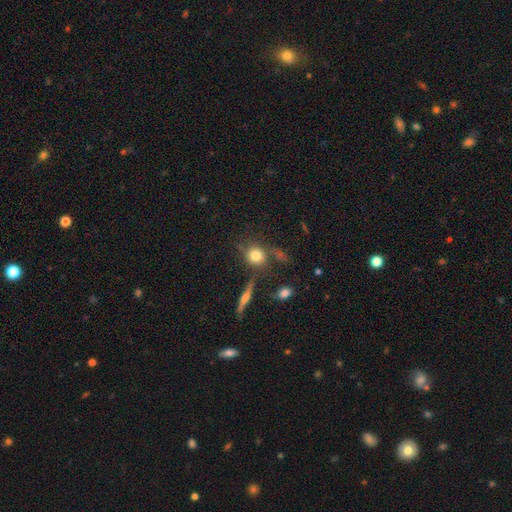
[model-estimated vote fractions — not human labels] Smooth or featured? smooth (77%)
How rounded? round (82%)
Merging? none (66%)